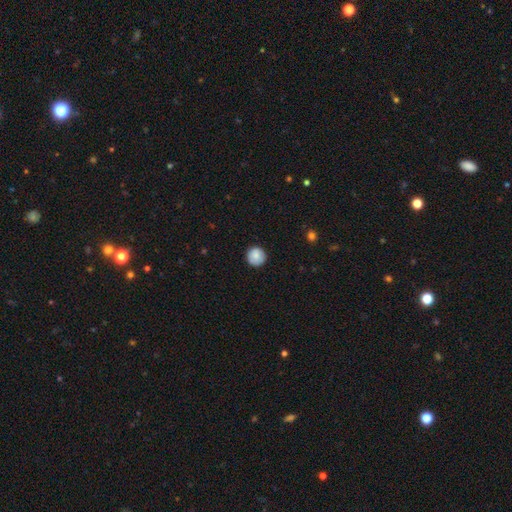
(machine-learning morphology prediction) A smooth galaxy with no disk features (84%) that is round (96%). Merging: none (90%).